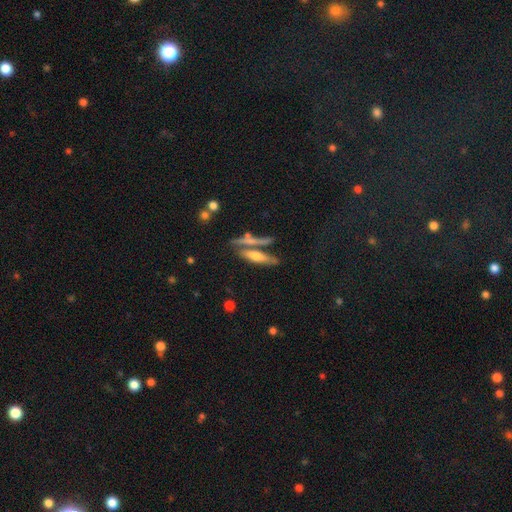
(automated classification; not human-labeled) Smooth or featured?
  - smooth: 51% *
  - featured or disk: 41%
  - star or artifact: 8%
How rounded?
  - cigar-shaped: 76% *
  - in between: 21%
  - round: 3%
Merging?
  - none: 57% *
  - merger: 25%
  - minor disturbance: 13%
  - major disturbance: 5%